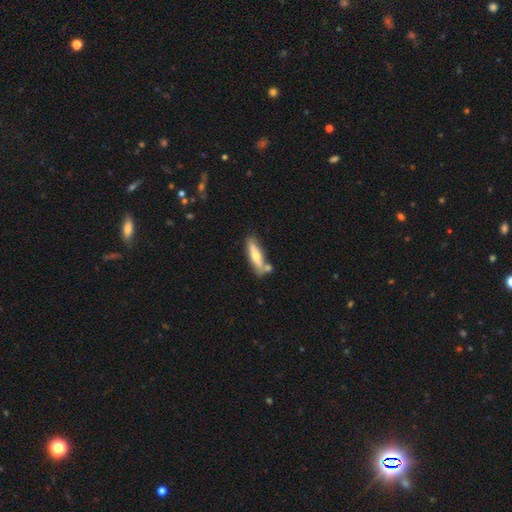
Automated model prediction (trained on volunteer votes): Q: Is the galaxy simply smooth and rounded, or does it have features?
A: smooth — 52%.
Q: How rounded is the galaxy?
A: cigar-shaped — 72%.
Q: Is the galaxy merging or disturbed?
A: none — 66%.